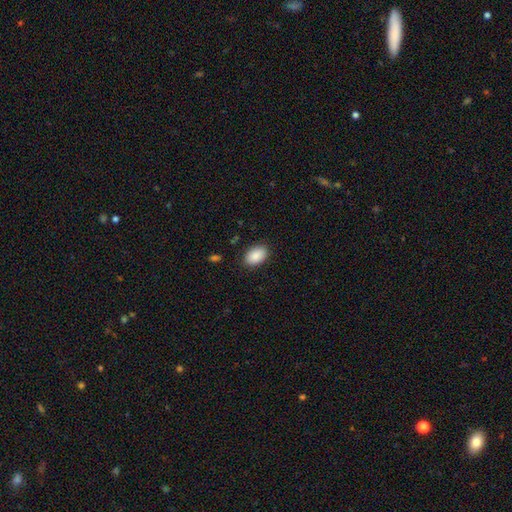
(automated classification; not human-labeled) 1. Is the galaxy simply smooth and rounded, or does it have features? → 90% smooth, 6% star or artifact, 3% featured or disk.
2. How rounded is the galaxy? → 91% in between, 8% round, 1% cigar-shaped.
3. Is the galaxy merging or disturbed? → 87% none, 9% minor disturbance, 2% major disturbance, 1% merger.